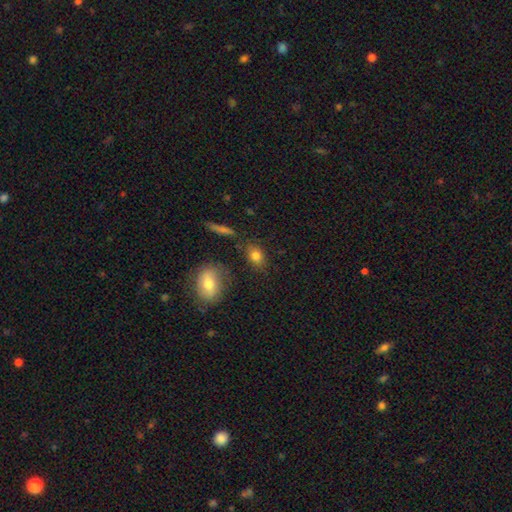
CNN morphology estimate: type=smooth (81%); roundness=in between (72%); merging=none (77%).